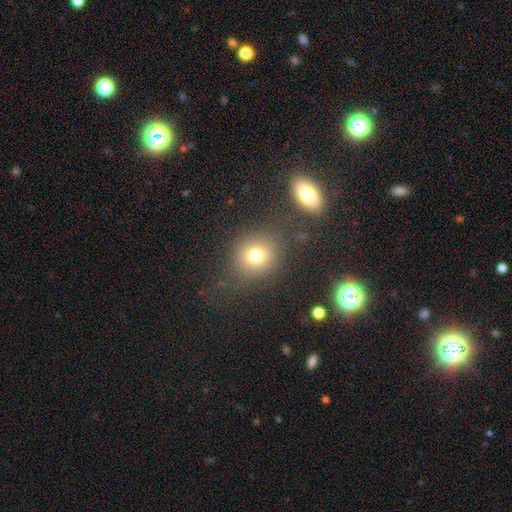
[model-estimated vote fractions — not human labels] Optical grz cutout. It shows a smooth galaxy with no disk features (75%) that is round (76%). Merging: none (75%).